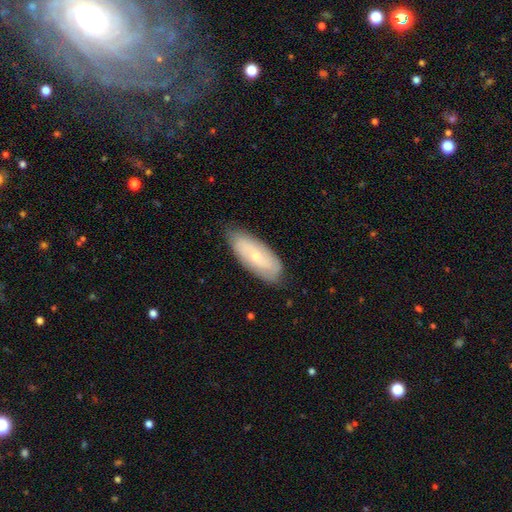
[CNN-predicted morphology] Smooth or featured?
  - smooth: 48% *
  - featured or disk: 46%
  - star or artifact: 7%
Merging?
  - none: 78% *
  - minor disturbance: 18%
  - major disturbance: 3%
  - merger: 1%